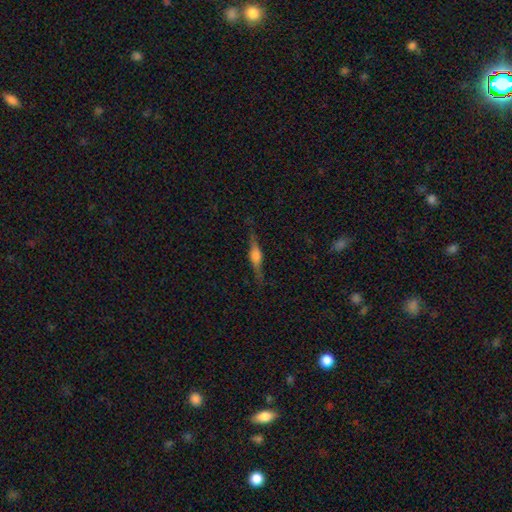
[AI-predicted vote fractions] Smooth or featured? Predicted: featured or disk (p=0.67). Edge-on disk? Predicted: yes (p=0.96). Edge-on bulge? Predicted: rounded (p=0.82). Merging? Predicted: none (p=0.83).